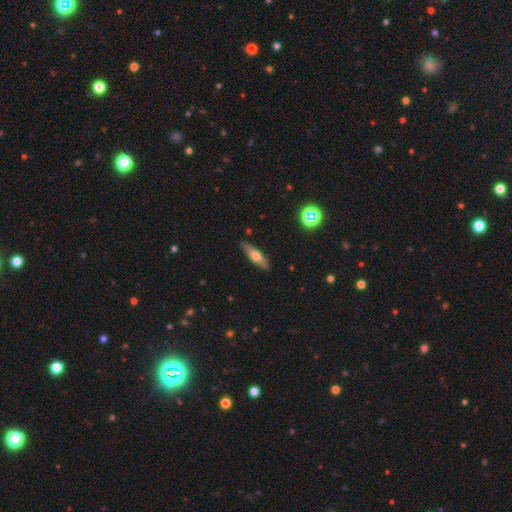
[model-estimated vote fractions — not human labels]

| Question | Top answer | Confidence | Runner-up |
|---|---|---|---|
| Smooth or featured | smooth | 54% | featured or disk (39%) |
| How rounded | cigar-shaped | 62% | in between (35%) |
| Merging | none | 86% | minor disturbance (11%) |